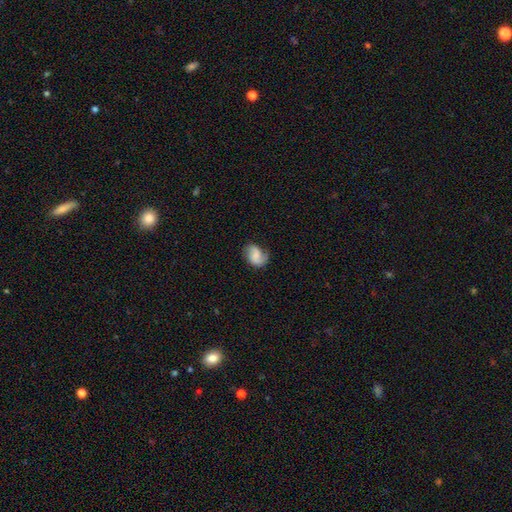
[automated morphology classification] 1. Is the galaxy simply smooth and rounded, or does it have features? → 47% smooth, 44% featured or disk, 8% star or artifact.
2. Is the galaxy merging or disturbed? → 60% none, 26% minor disturbance, 12% major disturbance, 2% merger.